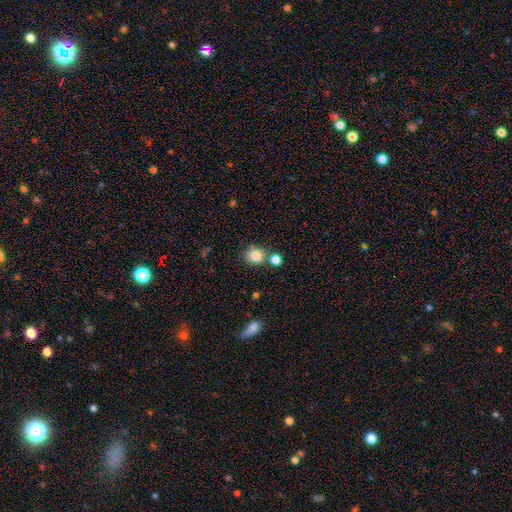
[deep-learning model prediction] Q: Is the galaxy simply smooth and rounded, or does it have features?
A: smooth — 83%.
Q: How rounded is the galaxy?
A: round — 77%.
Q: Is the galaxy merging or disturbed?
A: none — 67%.